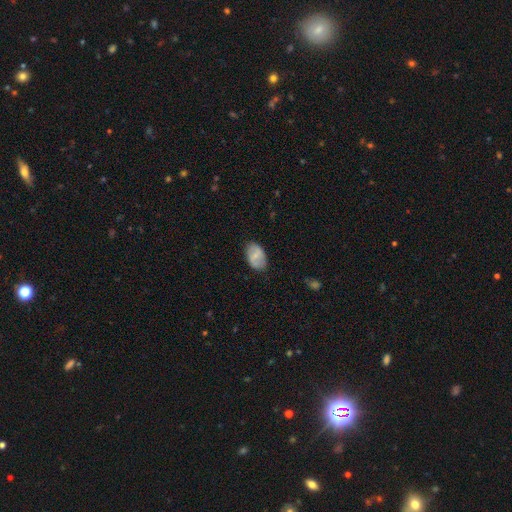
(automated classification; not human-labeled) The model was most divided on "smooth or featured": smooth: 61%, featured or disk: 32%, star or artifact: 7%. More confident: how rounded — in between (90%); merging — none (81%).